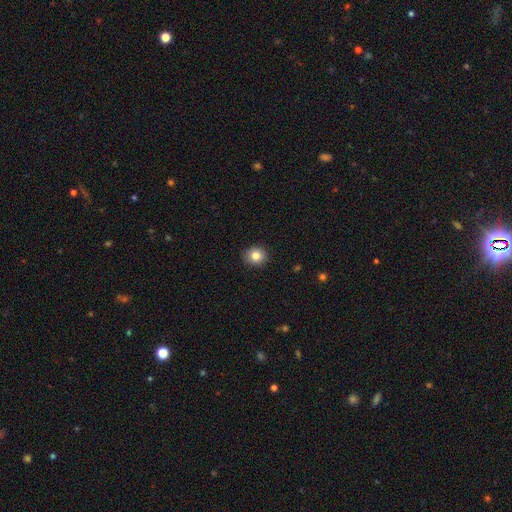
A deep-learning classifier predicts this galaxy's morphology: type=smooth (82%); roundness=round (82%); merging=none (91%).